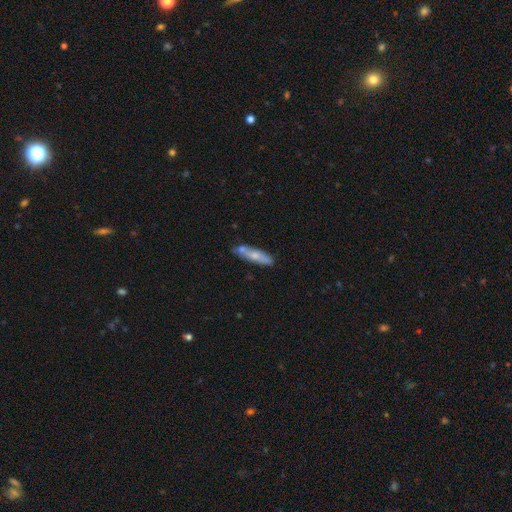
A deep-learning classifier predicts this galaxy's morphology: This appears to be a smooth galaxy with no disk features (63%) that is cigar-shaped (74%). Merging: none (64%).